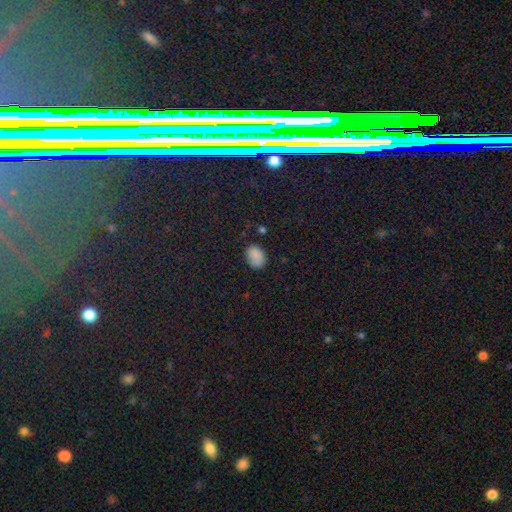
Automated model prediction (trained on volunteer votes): Smooth or featured? Predicted: smooth (p=0.85). How rounded? Predicted: in between (p=0.75). Merging? Predicted: none (p=0.78).